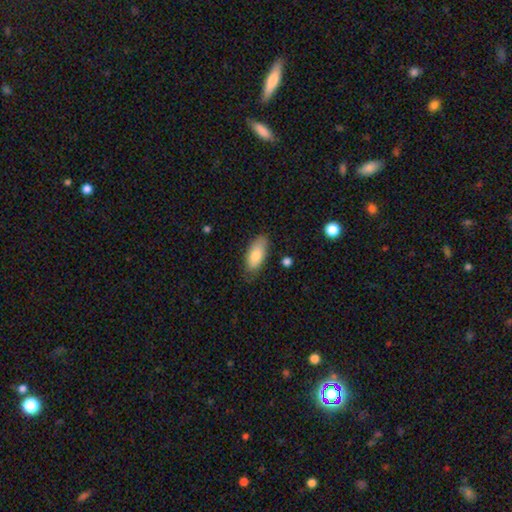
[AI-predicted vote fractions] The model was most divided on "merging": none: 74%, minor disturbance: 20%, major disturbance: 4%, merger: 2%. More confident: how rounded — in between (87%); smooth or featured — smooth (80%).